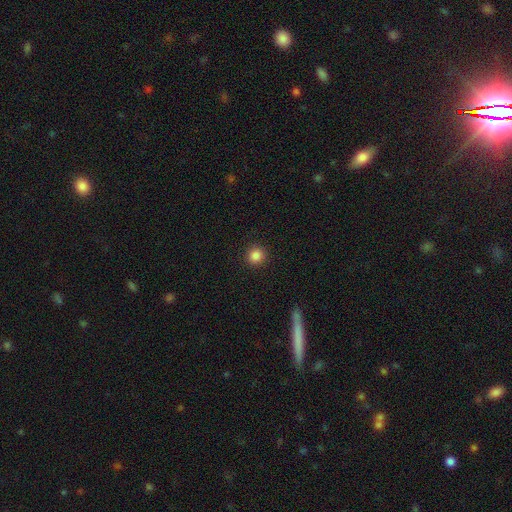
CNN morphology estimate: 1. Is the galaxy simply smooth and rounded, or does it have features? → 86% smooth, 11% star or artifact, 4% featured or disk.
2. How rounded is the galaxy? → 94% round, 5% in between, 1% cigar-shaped.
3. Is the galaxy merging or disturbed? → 92% none, 5% minor disturbance, 2% major disturbance, 1% merger.